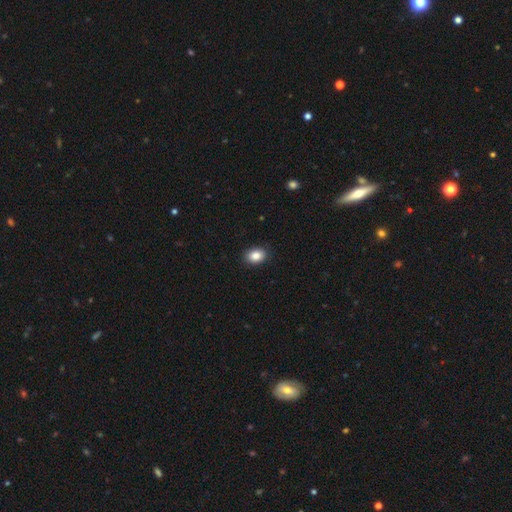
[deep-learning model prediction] A smooth galaxy with no disk features (87%) that is in between round and cigar-shaped (72%).

Vote fractions:
- Smooth or featured? smooth: 87% / star or artifact: 8% / featured or disk: 5%
- How rounded? in between: 72% / round: 27% / cigar-shaped: 1%
- Merging? none: 89% / minor disturbance: 8% / major disturbance: 2% / merger: 1%